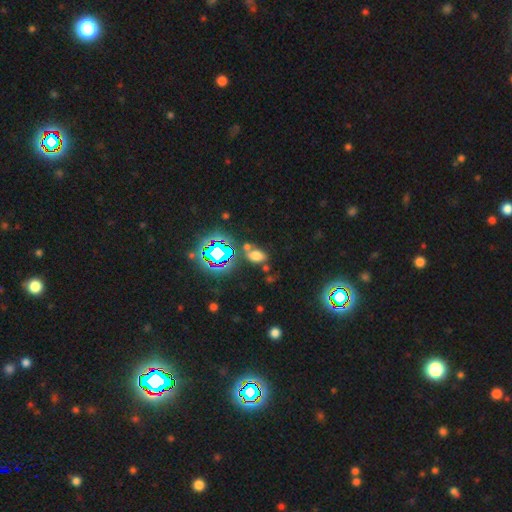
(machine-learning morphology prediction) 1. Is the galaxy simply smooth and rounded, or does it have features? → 61% smooth, 29% star or artifact, 10% featured or disk.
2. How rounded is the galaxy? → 83% in between, 14% round, 3% cigar-shaped.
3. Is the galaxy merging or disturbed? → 67% none, 14% minor disturbance, 14% merger, 6% major disturbance.